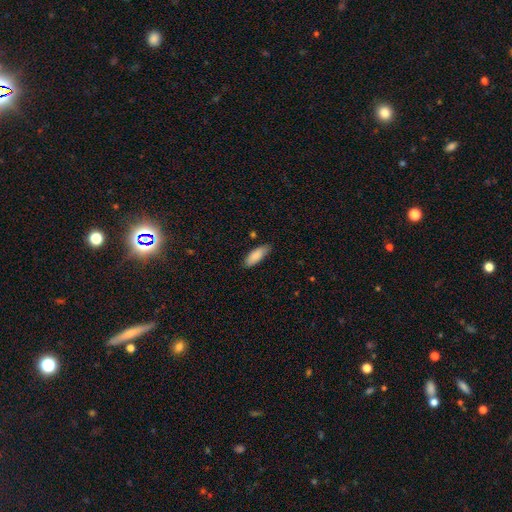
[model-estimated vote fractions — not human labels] The model was most divided on "how rounded": in between: 73%, cigar-shaped: 25%, round: 2%. More confident: smooth or featured — smooth (87%); merging — none (79%).